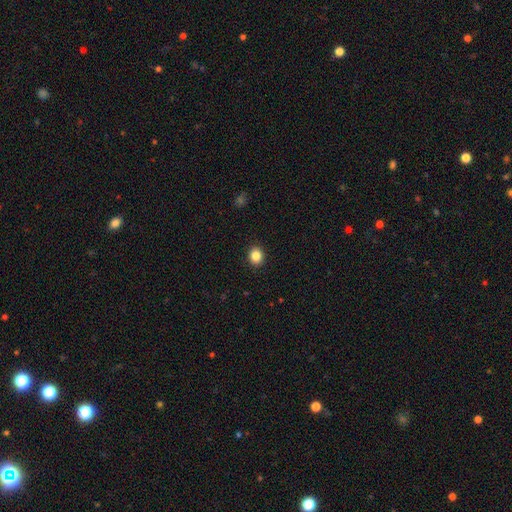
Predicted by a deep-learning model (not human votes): Smooth or featured: smooth — 85% (star or artifact — 10%)
How rounded: round — 70% (in between — 29%)
Merging: none — 92% (minor disturbance — 6%)